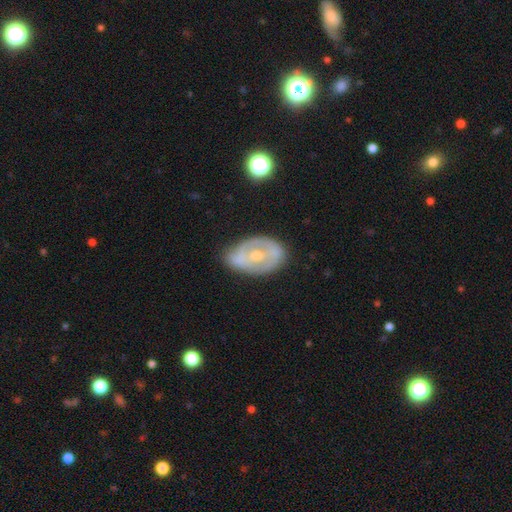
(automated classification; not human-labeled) smooth-or-featured: featured or disk: 64% | smooth: 29% | star or artifact: 7%
  disk-edge-on: no: 94% | yes: 6%
    bar: no: 49% | weak: 34% | strong: 17%
    has-spiral-arms: no: 61% | yes: 39%
    bulge-size: moderate: 59% | small: 36% | large: 2% | none: 1% | dominant: 1%
  merging: none: 64% | minor disturbance: 26% | major disturbance: 7% | merger: 2%